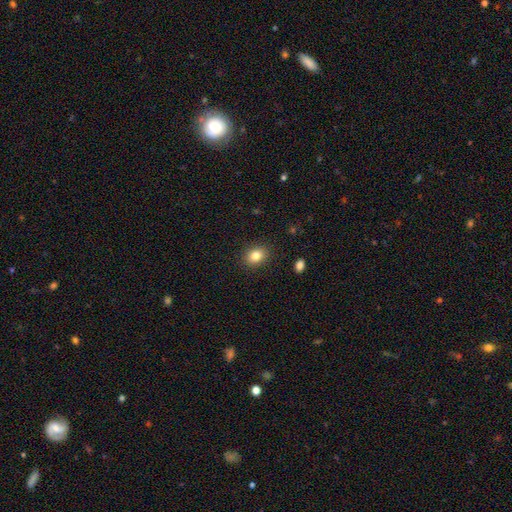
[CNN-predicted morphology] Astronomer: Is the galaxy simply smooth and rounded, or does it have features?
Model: smooth — 83%.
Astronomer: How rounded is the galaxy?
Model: in between — 57% (runner-up: round, 42%).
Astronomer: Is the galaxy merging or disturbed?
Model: none — 89%.